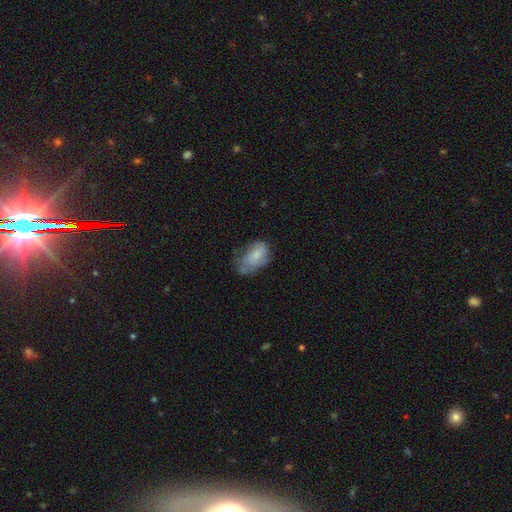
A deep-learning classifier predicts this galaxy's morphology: Smooth or featured: smooth — 61% (featured or disk — 31%)
How rounded: in between — 89% (round — 9%)
Merging: none — 42% (minor disturbance — 36%)